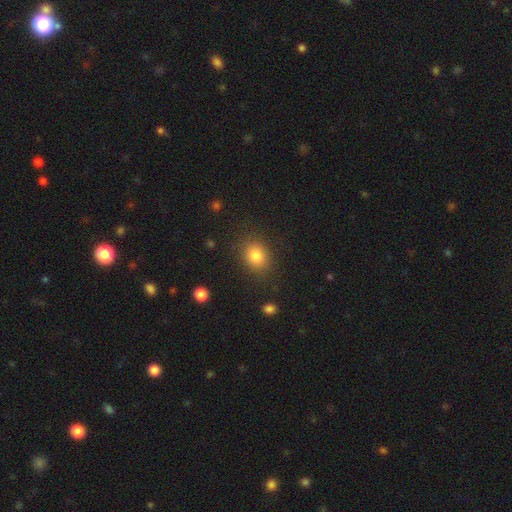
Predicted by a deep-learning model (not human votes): Smooth or featured? Predicted: smooth (p=0.82). How rounded? Predicted: in between (p=0.52). Merging? Predicted: none (p=0.84).